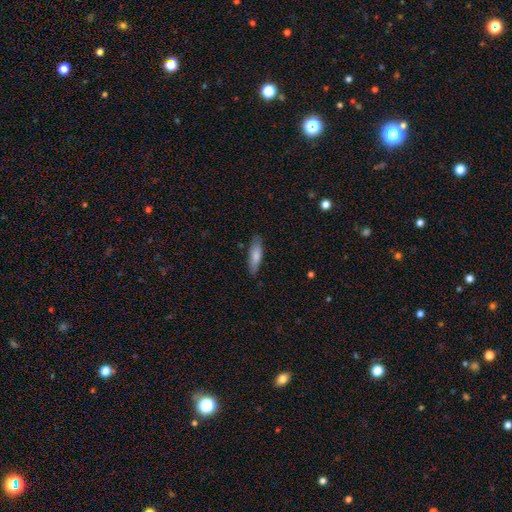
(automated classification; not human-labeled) Smooth or featured? Predicted: smooth (p=0.80). How rounded? Predicted: cigar-shaped (p=0.56). Merging? Predicted: none (p=0.83).